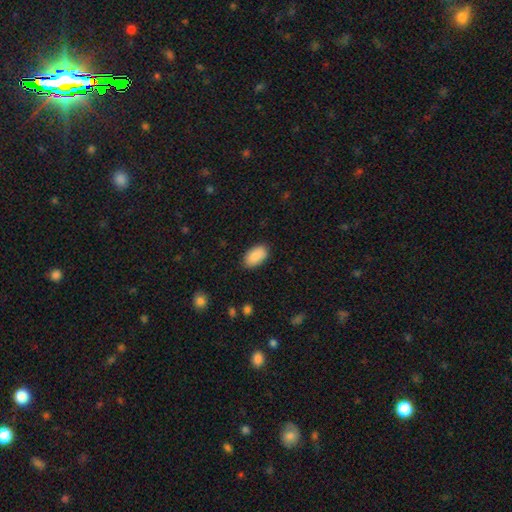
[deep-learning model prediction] The model was most divided on "merging": none: 86%, minor disturbance: 11%, major disturbance: 2%, merger: 1%. More confident: how rounded — in between (95%); smooth or featured — smooth (88%).